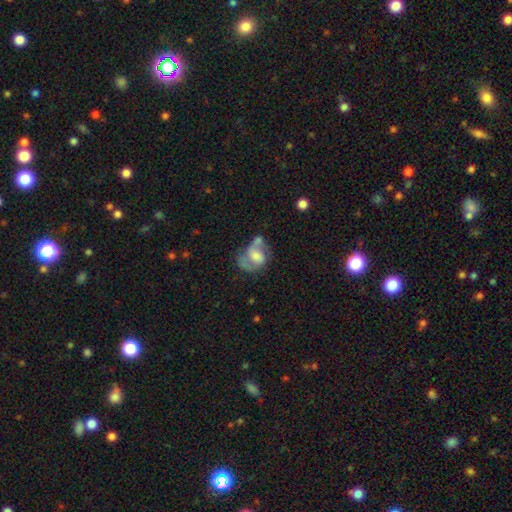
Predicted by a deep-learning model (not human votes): featured or disk 56%, smooth 35%, star or artifact 9%. Down the decision tree: edge-on disk — no (97%); bar — no (54%); spiral arms — yes (65%); bulge size — moderate (39%); merging — none (29%).